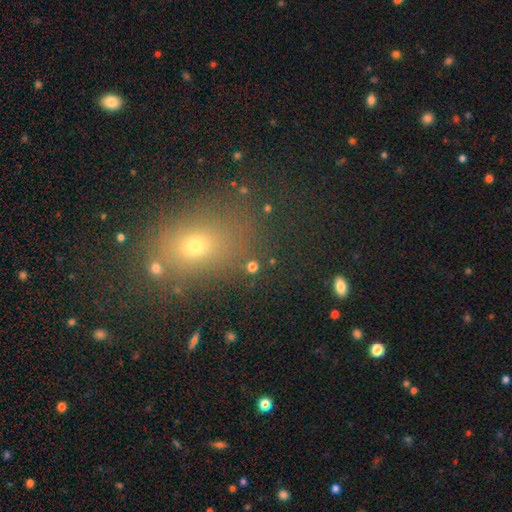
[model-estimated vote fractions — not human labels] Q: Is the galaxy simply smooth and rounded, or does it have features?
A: smooth — 61%.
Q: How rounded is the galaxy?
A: in between — 62%.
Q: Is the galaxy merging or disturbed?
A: none — 78%.